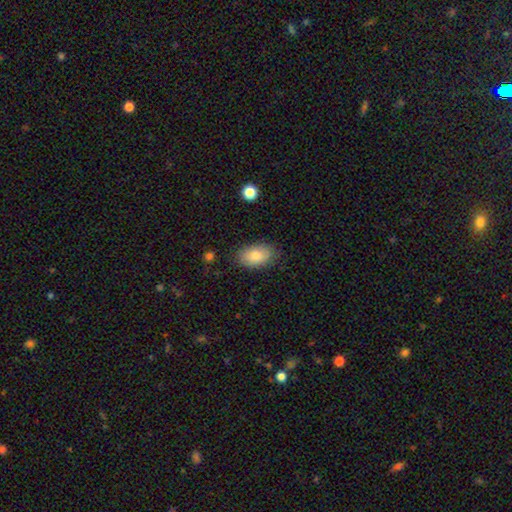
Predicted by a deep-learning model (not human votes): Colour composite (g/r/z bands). It shows a smooth galaxy with no disk features (81%) that is in between round and cigar-shaped (91%). Merging: none (83%).